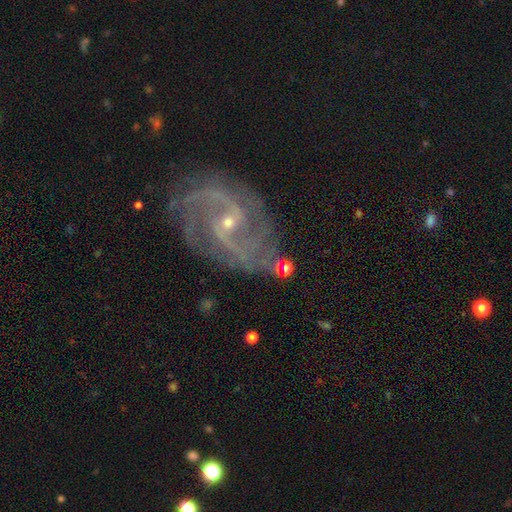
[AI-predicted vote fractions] Smooth or featured? featured or disk (90%)
Edge-on disk? no (98%)
Bar? no (43%, tied with weak)
Spiral arms? yes (98%)
Spiral winding? medium (53%)
Spiral arm count? 2 (63%)
Bulge size? small (78%)
Merging? none (72%)